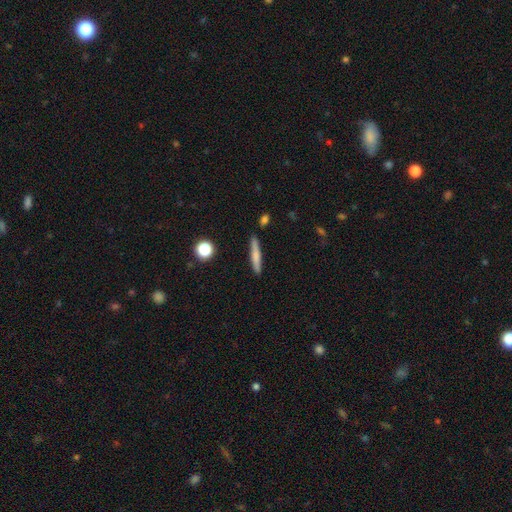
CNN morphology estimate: Smooth or featured? Predicted: smooth (p=0.68). How rounded? Predicted: cigar-shaped (p=0.92). Merging? Predicted: none (p=0.86).